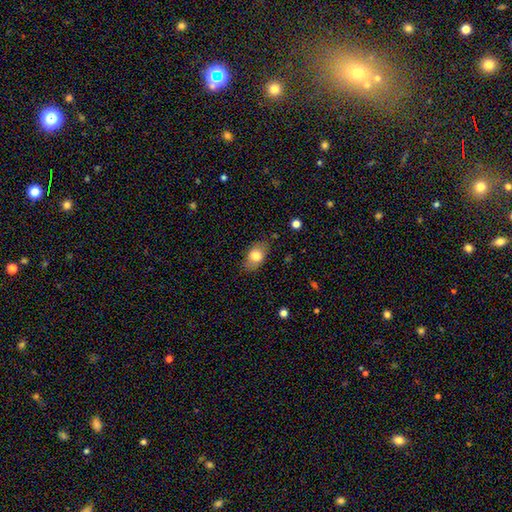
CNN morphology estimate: The model was most divided on "smooth or featured": smooth: 76%, featured or disk: 16%, star or artifact: 7%. More confident: how rounded — in between (87%); merging — none (79%).